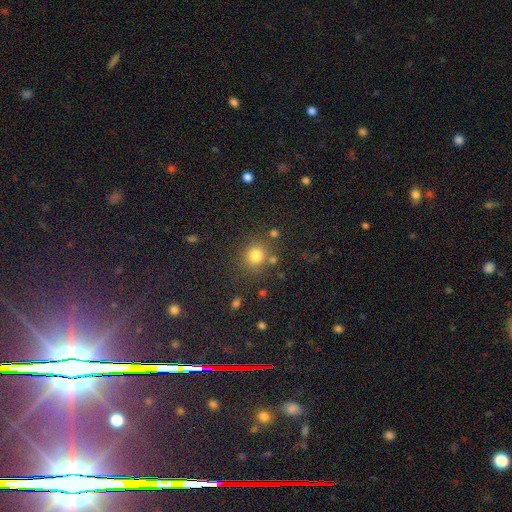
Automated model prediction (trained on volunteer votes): The model was most divided on "smooth or featured": smooth: 79%, star or artifact: 15%, featured or disk: 6%. More confident: how rounded — round (85%); merging — none (76%).